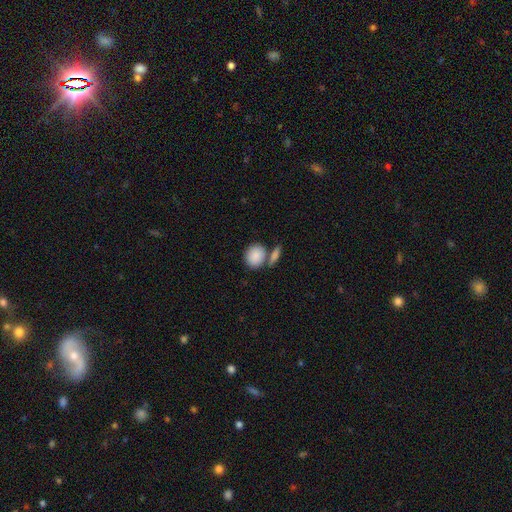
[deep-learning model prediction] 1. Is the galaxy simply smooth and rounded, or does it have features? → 87% smooth, 7% featured or disk, 6% star or artifact.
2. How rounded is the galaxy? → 60% round, 38% in between, 2% cigar-shaped.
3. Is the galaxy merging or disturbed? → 56% none, 29% merger, 11% minor disturbance, 4% major disturbance.